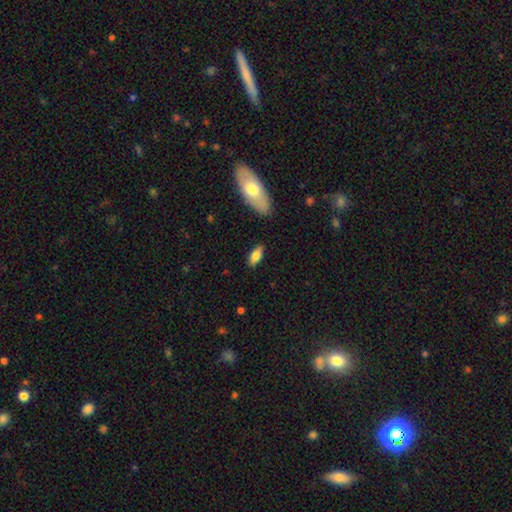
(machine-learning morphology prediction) Smooth or featured? Predicted: smooth (p=0.76). How rounded? Predicted: in between (p=0.79). Merging? Predicted: none (p=0.84).